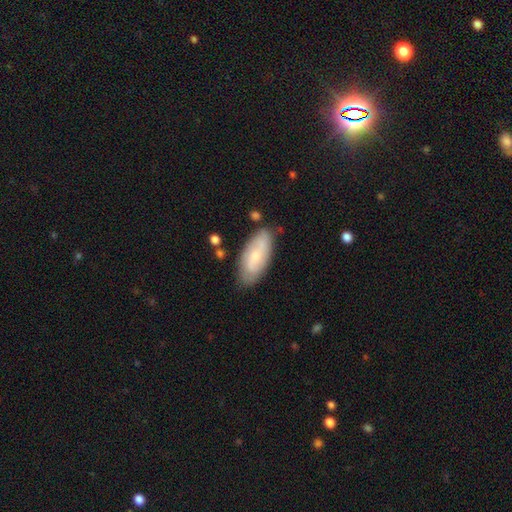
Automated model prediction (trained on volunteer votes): Smooth or featured: smooth — 50% (featured or disk — 44%)
Merging: none — 77% (minor disturbance — 17%)